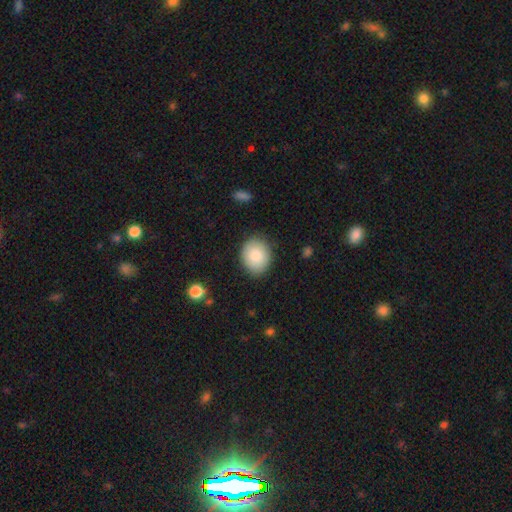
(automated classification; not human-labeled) This appears to be a smooth galaxy with no disk features (85%) that is round (55%). Merging: none (84%).